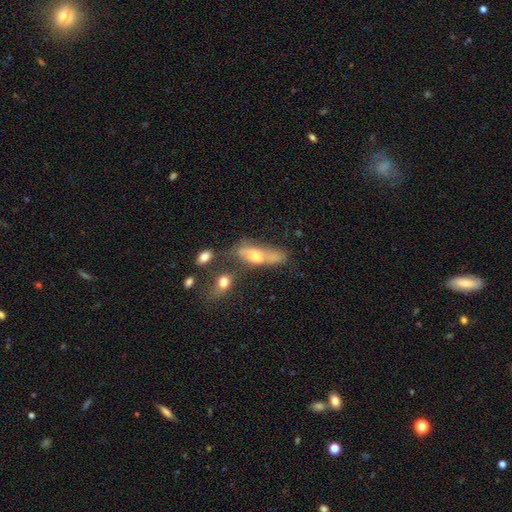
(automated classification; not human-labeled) A smooth galaxy with no disk features (55%) that is in between round and cigar-shaped (60%).

Vote fractions:
- Smooth or featured? smooth: 55% / featured or disk: 36% / star or artifact: 10%
- How rounded? in between: 60% / cigar-shaped: 35% / round: 5%
- Merging? none: 33% / merger: 28% / minor disturbance: 22% / major disturbance: 18%